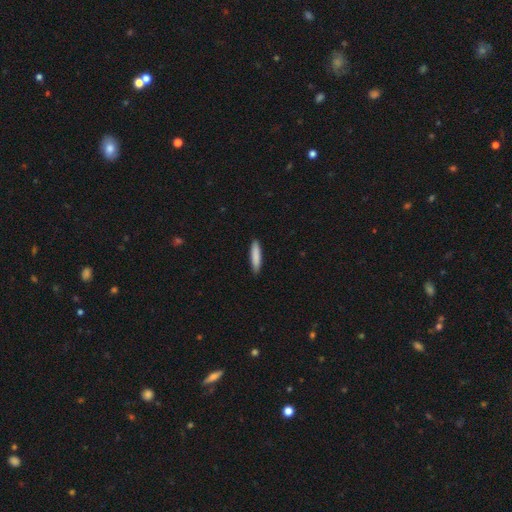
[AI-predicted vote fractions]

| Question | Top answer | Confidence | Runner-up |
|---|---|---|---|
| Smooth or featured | smooth | 86% | featured or disk (9%) |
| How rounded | cigar-shaped | 85% | in between (14%) |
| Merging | none | 89% | minor disturbance (8%) |